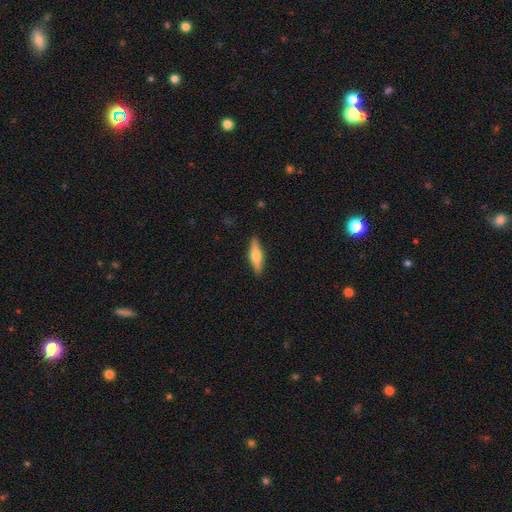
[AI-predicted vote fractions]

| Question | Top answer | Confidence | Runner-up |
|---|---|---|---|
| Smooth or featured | smooth | 57% | featured or disk (37%) |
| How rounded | cigar-shaped | 66% | in between (32%) |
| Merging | none | 90% | minor disturbance (7%) |